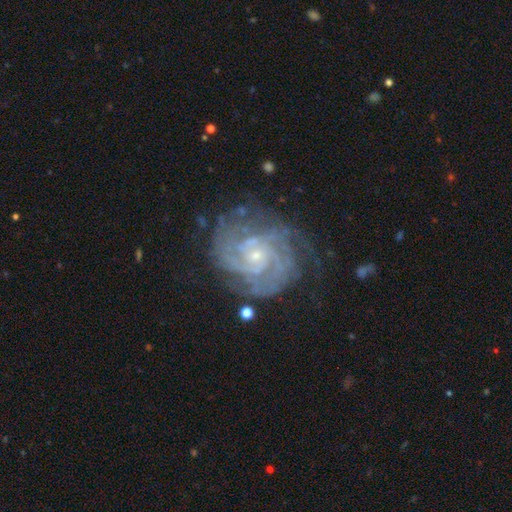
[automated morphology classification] This is clearly a featured or disk galaxy (89%). It is clearly not viewed edge-on (98%). Bar: likely no (72%). Spiral arm pattern: clearly yes (98%). Spiral arm count: marginally 3 (23%). Spiral winding: likely tight (72%). Central bulge: likely small (77%). Merging: likely none (69%).